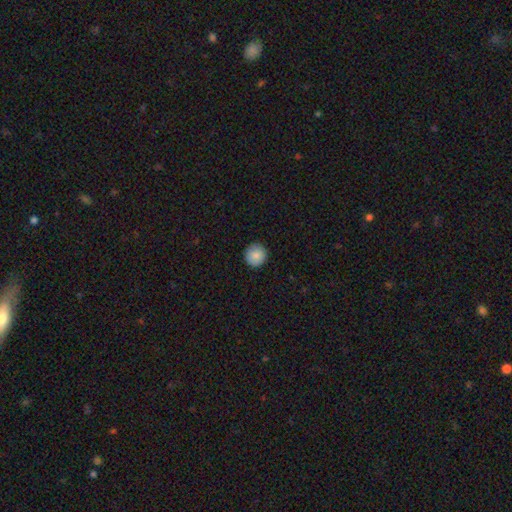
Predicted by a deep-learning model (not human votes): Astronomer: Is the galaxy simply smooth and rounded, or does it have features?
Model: smooth — 86%.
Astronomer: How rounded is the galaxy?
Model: round — 95%.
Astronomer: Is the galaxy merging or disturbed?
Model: none — 91%.